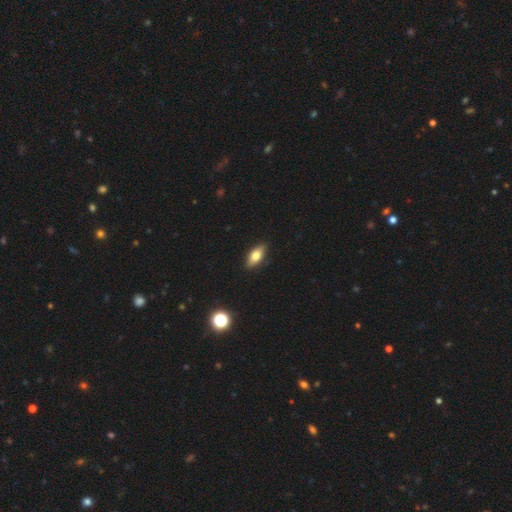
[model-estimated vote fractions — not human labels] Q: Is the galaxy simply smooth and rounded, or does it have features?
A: smooth — 72%.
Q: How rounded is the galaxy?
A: in between — 81%.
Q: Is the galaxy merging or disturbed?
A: none — 88%.